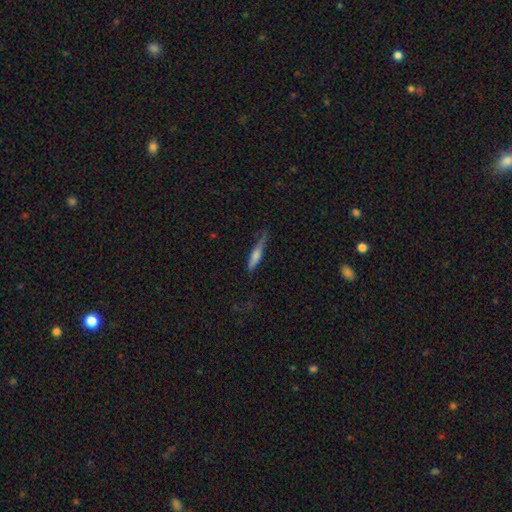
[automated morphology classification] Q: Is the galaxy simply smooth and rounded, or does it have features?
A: smooth — 50%.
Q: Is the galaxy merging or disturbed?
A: none — 69%.